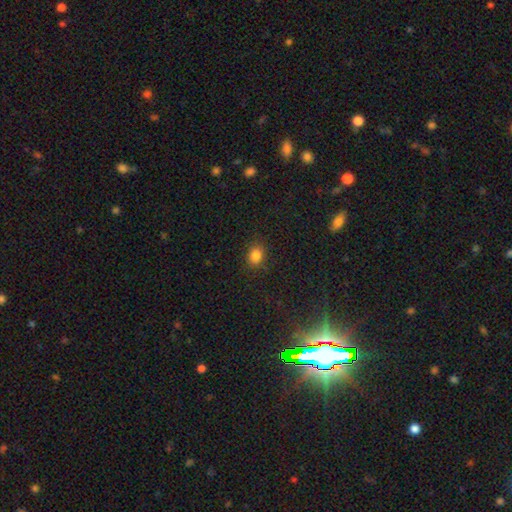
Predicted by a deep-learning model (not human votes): This appears to be a smooth galaxy with no disk features (83%) that is round (58%). Merging: none (85%).